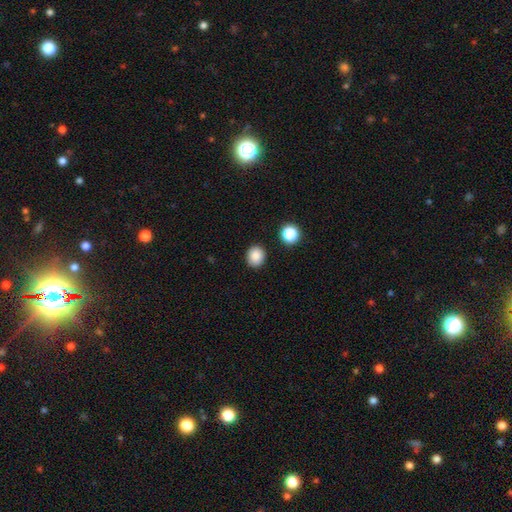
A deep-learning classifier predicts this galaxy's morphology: A smooth galaxy with no disk features (86%) that is round (73%). Merging: none (89%).